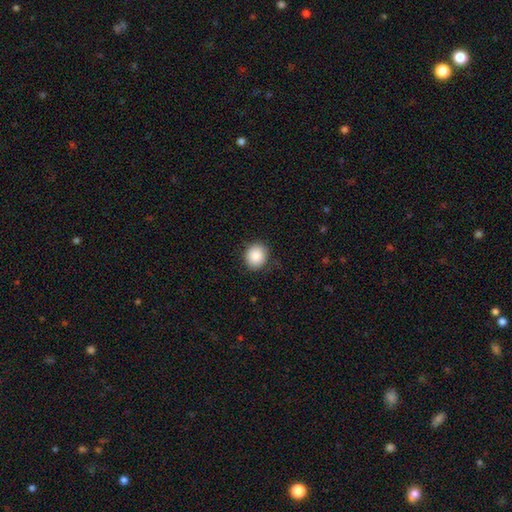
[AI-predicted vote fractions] smooth-or-featured: smooth: 89% | star or artifact: 8% | featured or disk: 3%
  how-rounded: round: 78% | in between: 21% | cigar-shaped: 1%
  merging: none: 86% | minor disturbance: 11% | major disturbance: 3% | merger: 1%